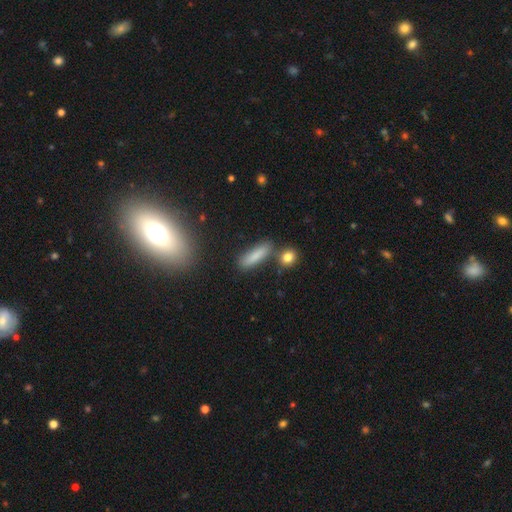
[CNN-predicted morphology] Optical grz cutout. It shows a smooth galaxy with no disk features (81%) that is cigar-shaped (65%). Merging: none (77%).